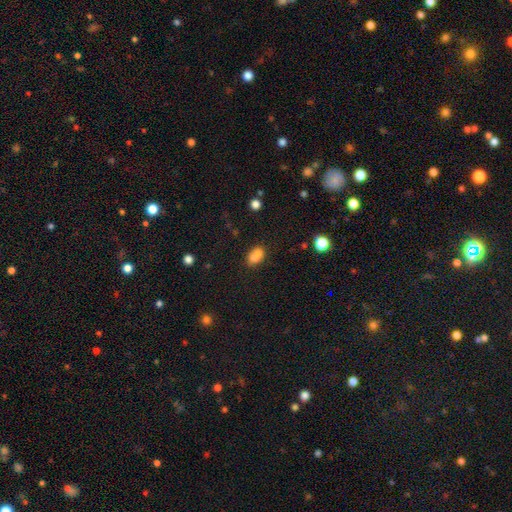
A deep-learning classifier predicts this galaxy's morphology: A smooth galaxy with no disk features (77%) that is in between round and cigar-shaped (75%). Merging: none (44%).